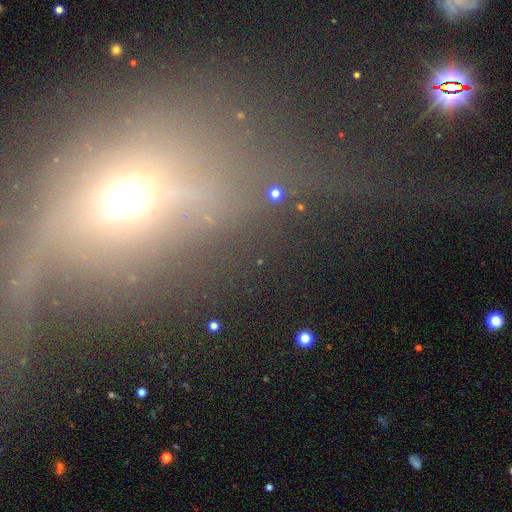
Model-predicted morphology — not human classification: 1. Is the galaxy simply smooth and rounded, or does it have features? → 40% featured or disk, 32% smooth, 28% star or artifact.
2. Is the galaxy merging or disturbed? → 39% major disturbance, 38% none, 15% minor disturbance, 8% merger.